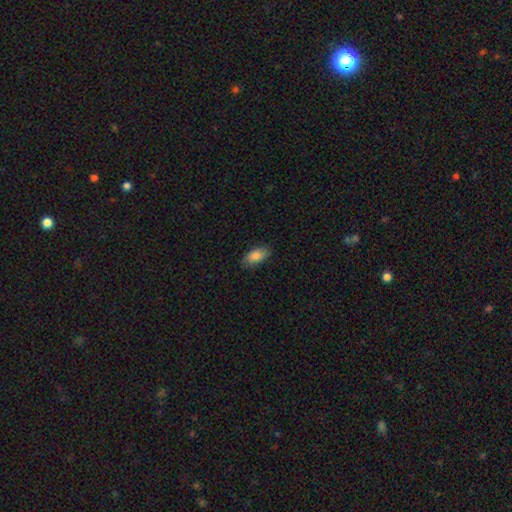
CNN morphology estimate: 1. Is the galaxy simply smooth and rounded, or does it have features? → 84% smooth, 9% featured or disk, 7% star or artifact.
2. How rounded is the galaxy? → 90% in between, 7% cigar-shaped, 3% round.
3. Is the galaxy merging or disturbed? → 83% none, 13% minor disturbance, 3% major disturbance, 1% merger.